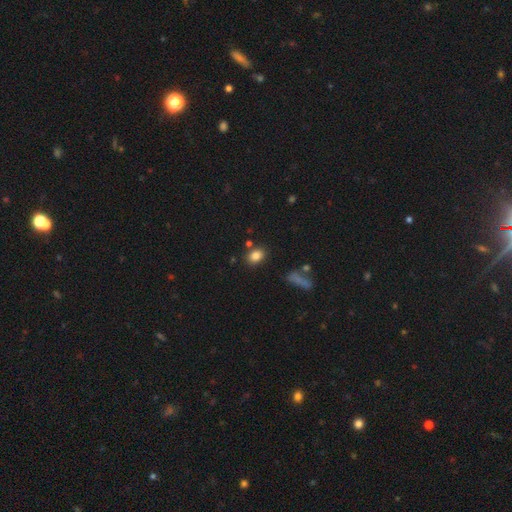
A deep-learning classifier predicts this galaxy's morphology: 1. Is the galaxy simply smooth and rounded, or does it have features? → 82% smooth, 10% star or artifact, 7% featured or disk.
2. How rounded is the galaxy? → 66% in between, 33% round, 2% cigar-shaped.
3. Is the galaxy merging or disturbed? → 80% none, 11% minor disturbance, 6% merger, 3% major disturbance.